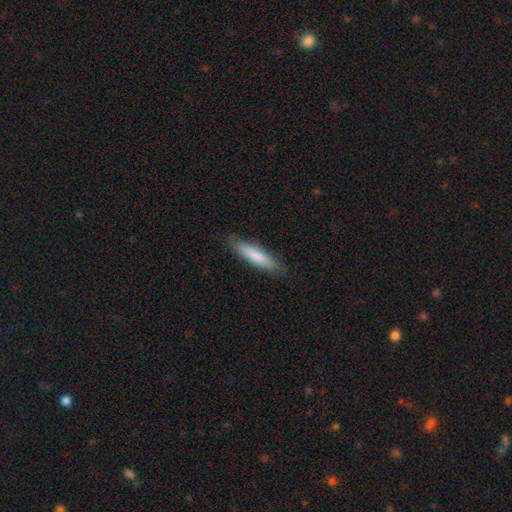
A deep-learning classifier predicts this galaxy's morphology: A smooth galaxy with no disk features (81%) that is cigar-shaped (77%). Merging: none (83%).